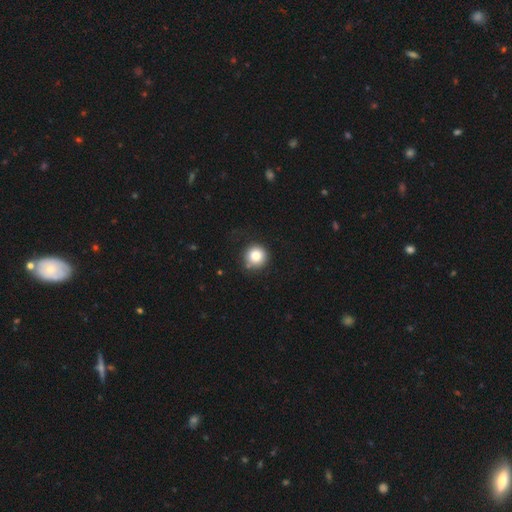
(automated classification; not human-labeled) Smooth or featured: smooth — 82% (star or artifact — 10%)
How rounded: round — 95% (in between — 4%)
Merging: none — 82% (minor disturbance — 12%)